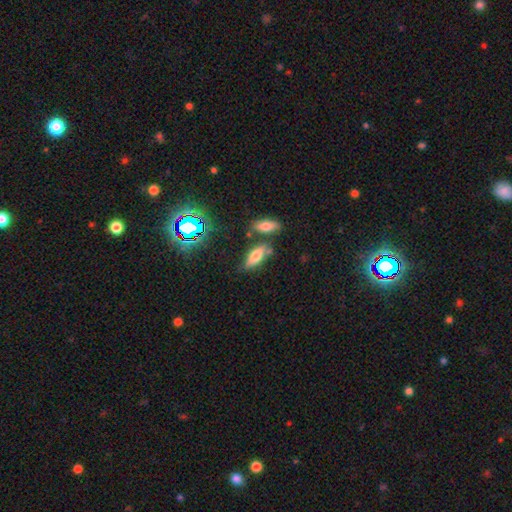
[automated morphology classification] Q: Smooth or featured?
A: smooth (63%); runner-up: featured or disk (22%)
Q: How rounded?
A: in between (66%); runner-up: cigar-shaped (31%)
Q: Merging?
A: none (62%); runner-up: merger (18%)